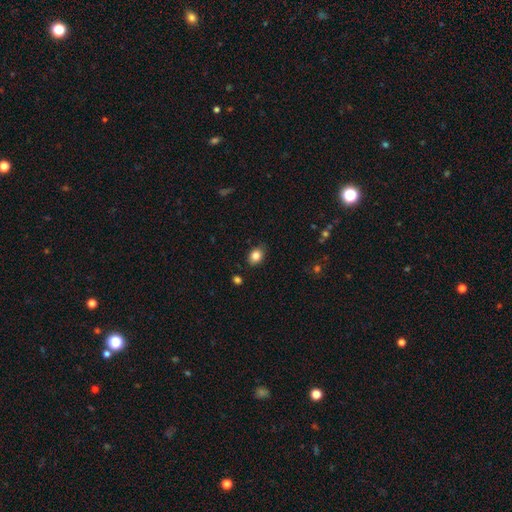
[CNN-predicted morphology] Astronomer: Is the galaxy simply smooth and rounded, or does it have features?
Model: smooth — 84%.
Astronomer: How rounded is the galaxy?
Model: in between — 67%.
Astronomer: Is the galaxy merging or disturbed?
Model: none — 83%.